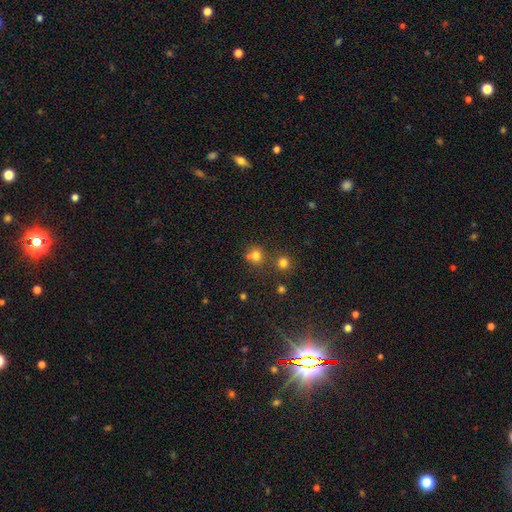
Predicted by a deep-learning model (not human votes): Smooth or featured?
  - smooth: 73% *
  - star or artifact: 18%
  - featured or disk: 9%
How rounded?
  - round: 83% *
  - in between: 16%
  - cigar-shaped: 1%
Merging?
  - none: 56% *
  - merger: 30%
  - minor disturbance: 10%
  - major disturbance: 4%